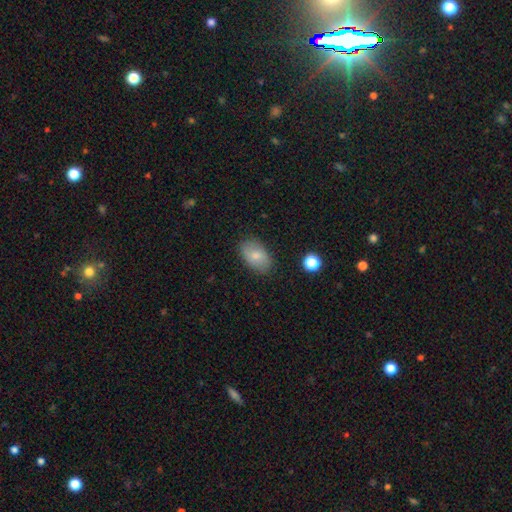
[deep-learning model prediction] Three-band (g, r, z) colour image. It shows a smooth galaxy with no disk features (76%) that is in between round and cigar-shaped (90%). Merging: none (83%).